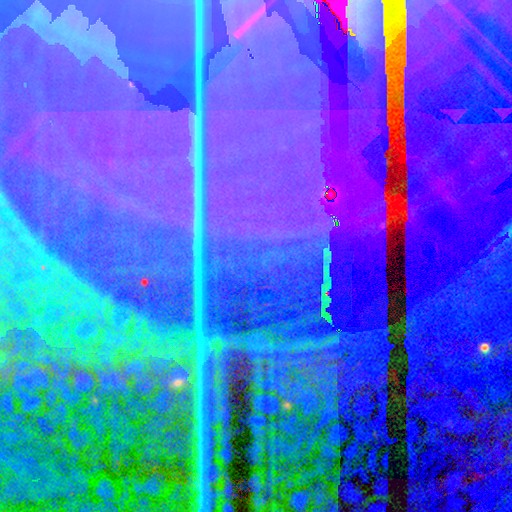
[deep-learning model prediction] A star or artifact, not a galaxy (88%).

Vote fractions:
- Smooth or featured? star or artifact: 88% / featured or disk: 7% / smooth: 5%